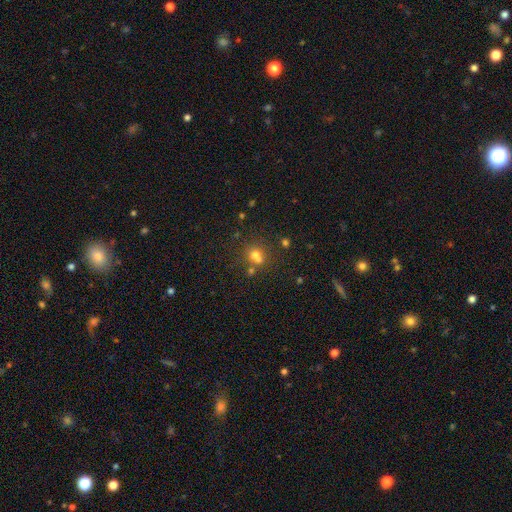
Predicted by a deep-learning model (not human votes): smooth 68%, star or artifact 20%, featured or disk 13%. Down the decision tree: how rounded — round (68%); merging — none (48%).